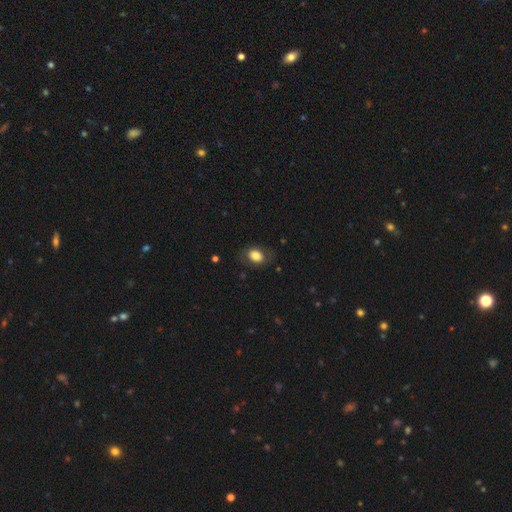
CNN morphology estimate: Smooth or featured: smooth — 78% (featured or disk — 14%)
How rounded: in between — 69% (round — 30%)
Merging: none — 73% (minor disturbance — 17%)